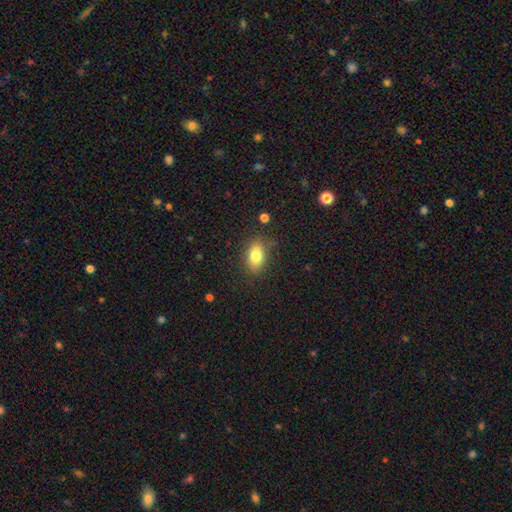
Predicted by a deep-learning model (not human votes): Morphology: type=smooth (80%); roundness=in between (84%); merging=none (79%).